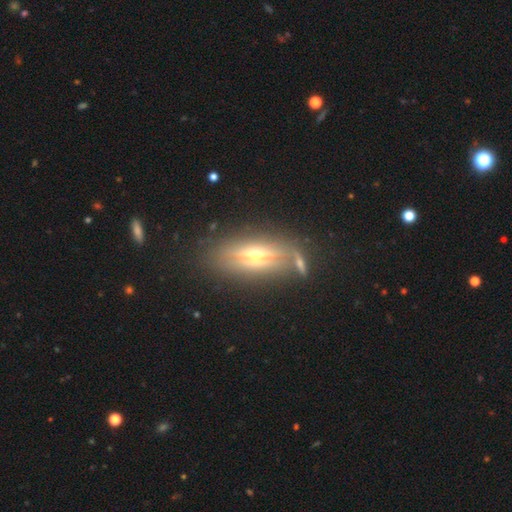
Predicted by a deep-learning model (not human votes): A featured or disk galaxy (69%) viewed edge-on (80%) with a rounded central bulge (90%).

Vote fractions:
- Smooth or featured? featured or disk: 69% / smooth: 22% / star or artifact: 9%
- Edge-on disk? yes: 80% / no: 20%
- Edge-on bulge? rounded: 90% / none: 5% / boxy: 5%
- Merging? none: 70% / minor disturbance: 14% / merger: 9% / major disturbance: 7%